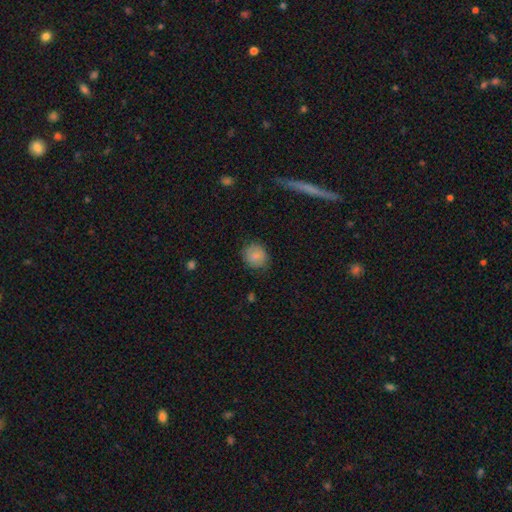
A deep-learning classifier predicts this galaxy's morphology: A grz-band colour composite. It shows a smooth galaxy with no disk features (82%) that is round (77%). Merging: none (80%).